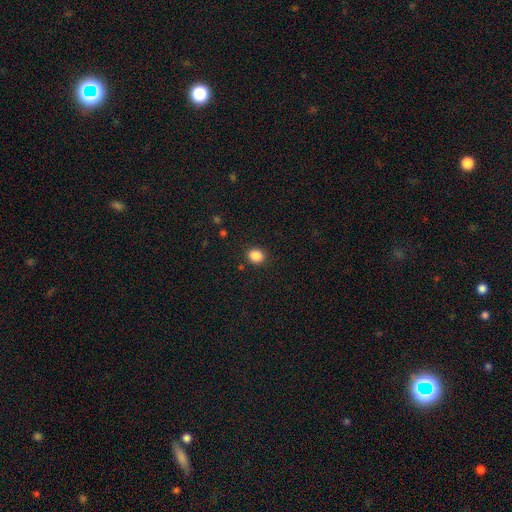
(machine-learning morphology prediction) type=smooth (86%); roundness=round (65%); merging=none (89%).